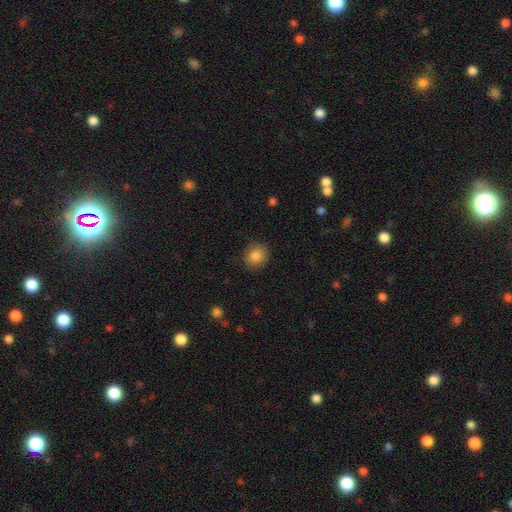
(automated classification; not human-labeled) Morphology: type=smooth (85%); roundness=round (85%); merging=none (88%).